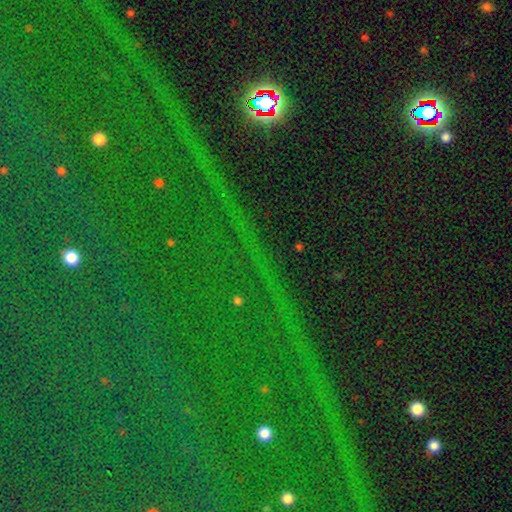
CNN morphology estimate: smooth-or-featured: star or artifact: 81% | smooth: 10% | featured or disk: 9%